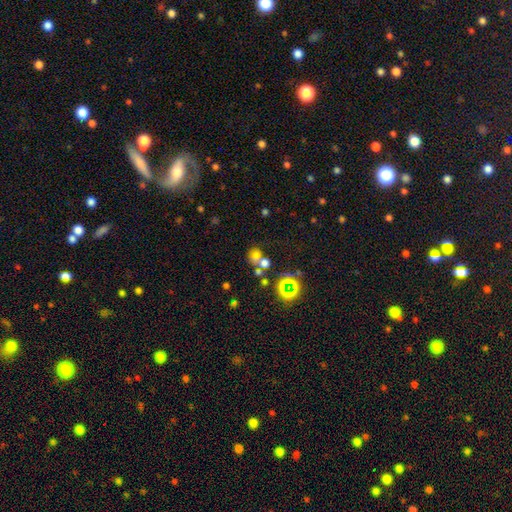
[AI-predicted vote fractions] smooth 51%, star or artifact 35%, featured or disk 14%. Down the decision tree: how rounded — round (63%); merging — none (44%).